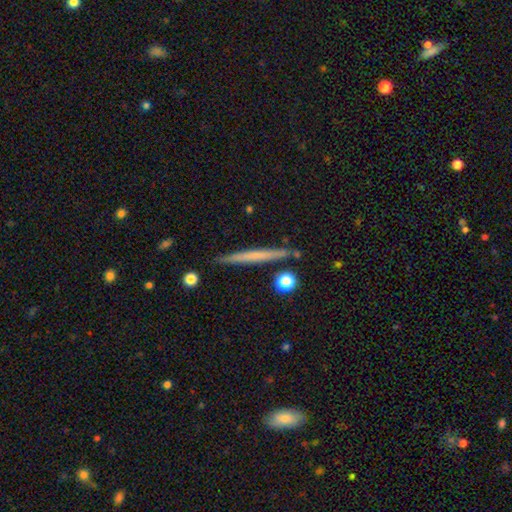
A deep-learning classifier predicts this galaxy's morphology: Q: Smooth or featured?
A: smooth (51%); runner-up: featured or disk (43%)
Q: How rounded?
A: cigar-shaped (96%); runner-up: in between (2%)
Q: Merging?
A: none (88%); runner-up: minor disturbance (8%)